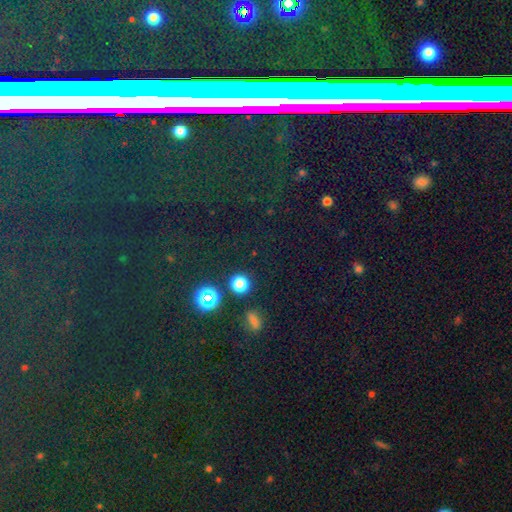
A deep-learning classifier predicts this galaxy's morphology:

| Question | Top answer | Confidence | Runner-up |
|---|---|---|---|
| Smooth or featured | star or artifact | 76% | smooth (13%) |